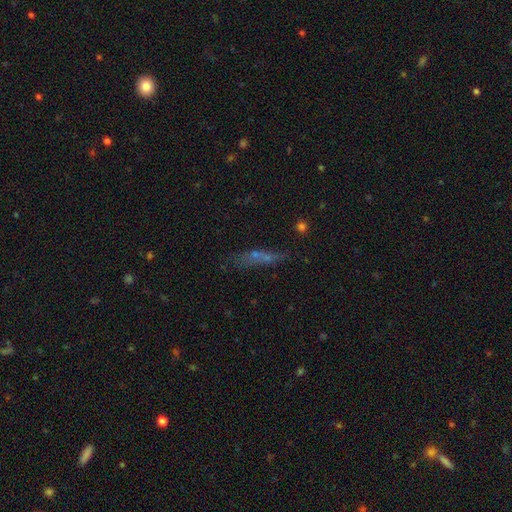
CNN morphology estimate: This appears to be a smooth galaxy with no disk features (46%). Merging: none (57%).